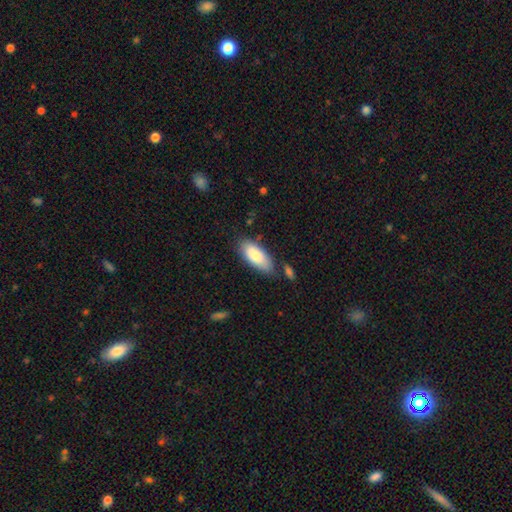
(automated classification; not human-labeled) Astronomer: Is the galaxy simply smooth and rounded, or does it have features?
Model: smooth — 84%.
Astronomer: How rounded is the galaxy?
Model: in between — 86%.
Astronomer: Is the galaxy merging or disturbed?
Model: none — 72%.